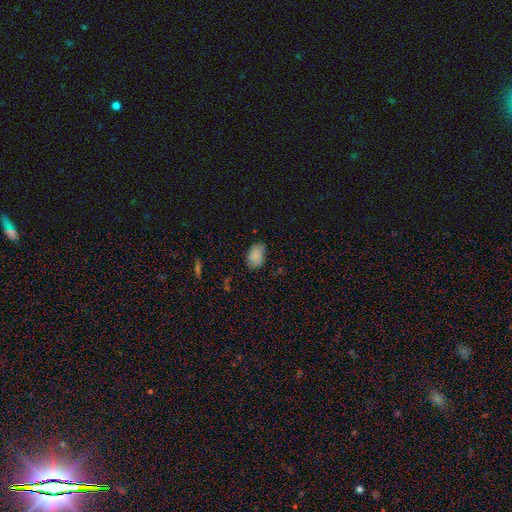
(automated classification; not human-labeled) Morphology: type=smooth (77%); roundness=in between (85%); merging=none (65%).